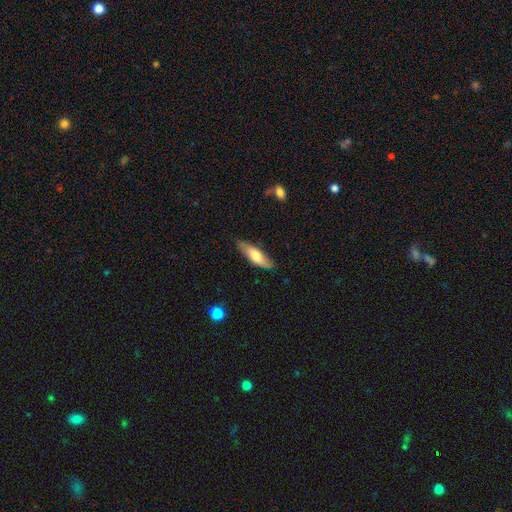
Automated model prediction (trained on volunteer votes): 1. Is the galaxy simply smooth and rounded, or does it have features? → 65% smooth, 29% featured or disk, 6% star or artifact.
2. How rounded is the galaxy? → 51% cigar-shaped, 47% in between, 2% round.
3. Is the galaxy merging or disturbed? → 77% none, 19% minor disturbance, 3% major disturbance, 1% merger.